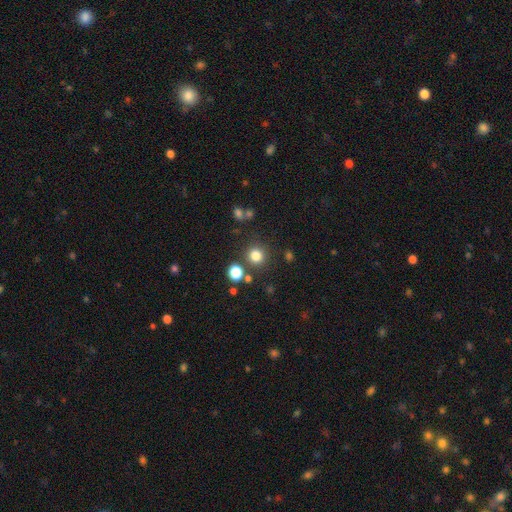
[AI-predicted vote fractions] Smooth or featured? smooth (79%)
How rounded? round (92%)
Merging? none (82%)